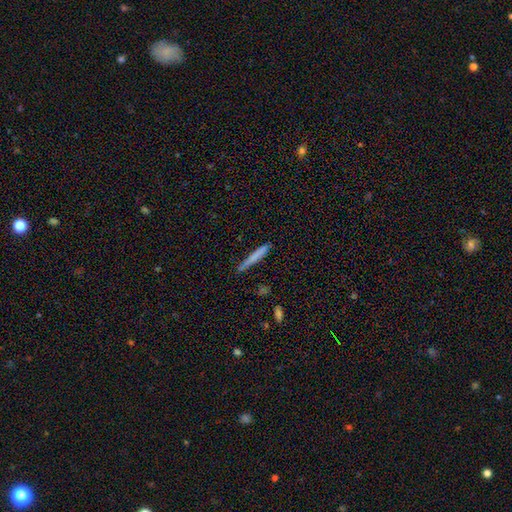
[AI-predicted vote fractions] Q: Smooth or featured?
A: smooth (72%); runner-up: featured or disk (22%)
Q: How rounded?
A: cigar-shaped (96%); runner-up: in between (3%)
Q: Merging?
A: none (81%); runner-up: minor disturbance (13%)